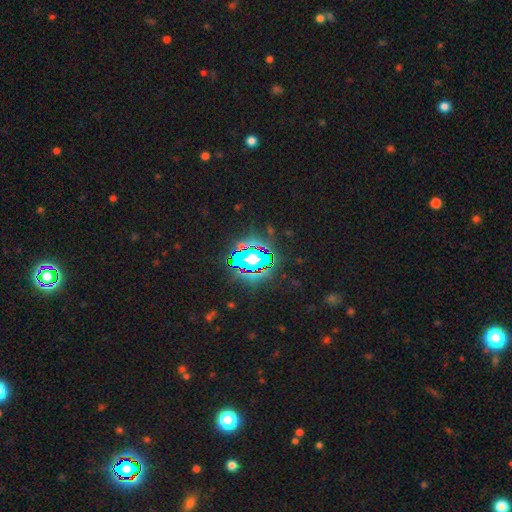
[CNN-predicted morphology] Smooth or featured? Predicted: star or artifact (p=0.81).